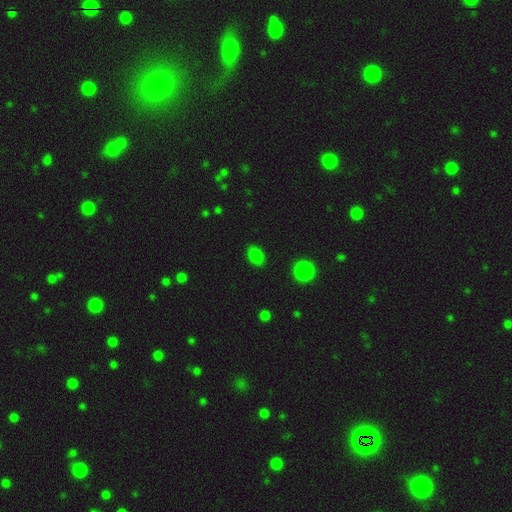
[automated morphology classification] Smooth or featured? smooth (84%)
How rounded? in between (74%)
Merging? none (86%)